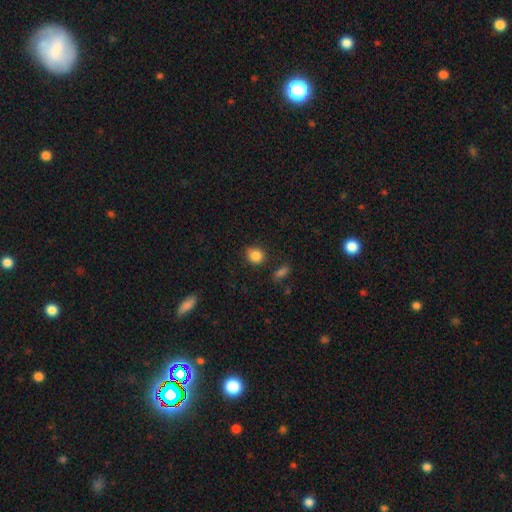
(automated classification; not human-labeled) smooth 86%, star or artifact 10%, featured or disk 5%. Down the decision tree: how rounded — round (65%); merging — none (78%).